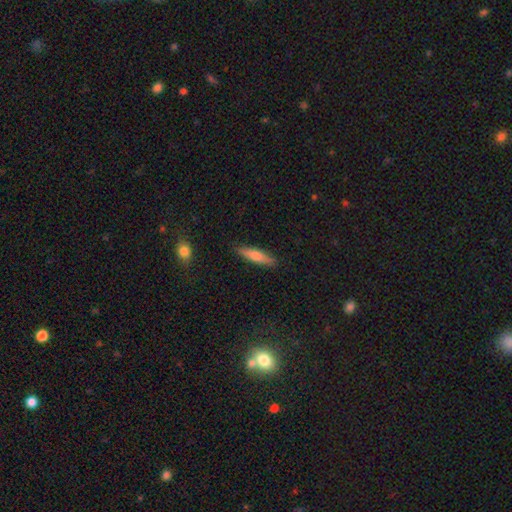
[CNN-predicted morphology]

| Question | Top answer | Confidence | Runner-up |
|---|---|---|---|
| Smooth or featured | smooth | 69% | featured or disk (25%) |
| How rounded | cigar-shaped | 78% | in between (21%) |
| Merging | none | 88% | minor disturbance (9%) |